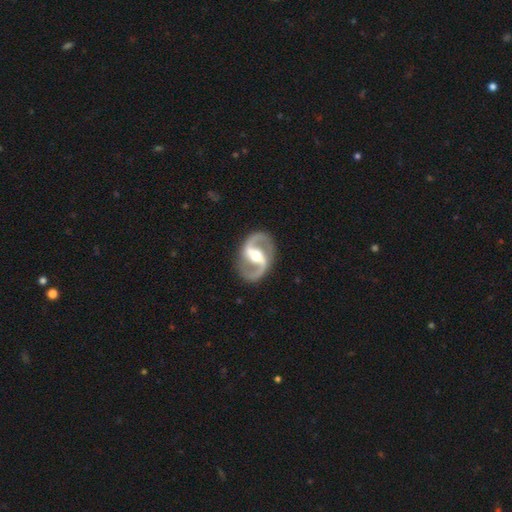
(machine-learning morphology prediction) smooth-or-featured: featured or disk: 93% | smooth: 4% | star or artifact: 3%
  disk-edge-on: no: 98% | yes: 2%
    bar: strong: 53% | weak: 33% | no: 14%
    has-spiral-arms: yes: 97% | no: 3%
      spiral-winding: medium: 59% | loose: 27% | tight: 15%
      spiral-arm-count: 2: 95% | can't tell: 1% | 1: 1% | 3: 1% | 4: 1% | more than 4: 1%
    bulge-size: moderate: 70% | small: 15% | large: 12% | none: 2% | dominant: 1%
  merging: none: 88% | minor disturbance: 8% | major disturbance: 3% | merger: 1%